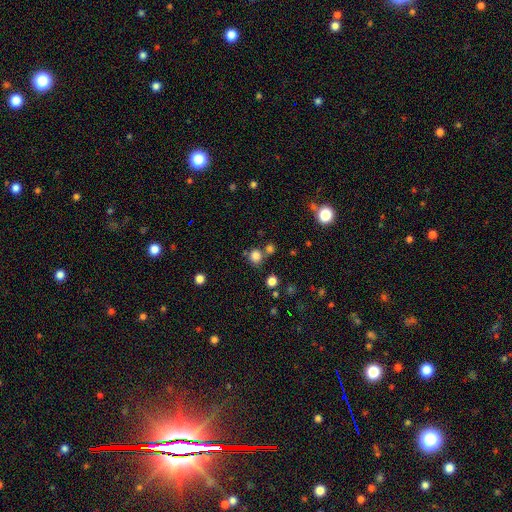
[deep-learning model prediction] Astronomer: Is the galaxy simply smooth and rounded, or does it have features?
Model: smooth — 80%.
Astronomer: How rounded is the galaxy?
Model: round — 89%.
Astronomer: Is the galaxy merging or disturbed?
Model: none — 71%.